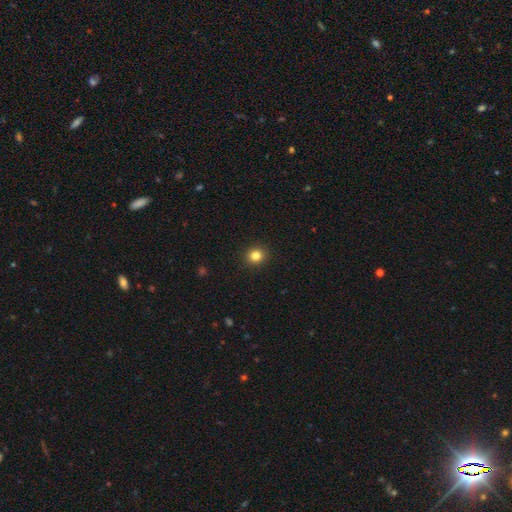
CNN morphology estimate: A smooth galaxy with no disk features (83%) that is round (86%).

Vote fractions:
- Smooth or featured? smooth: 83% / star or artifact: 12% / featured or disk: 5%
- How rounded? round: 86% / in between: 13% / cigar-shaped: 1%
- Merging? none: 92% / minor disturbance: 5% / major disturbance: 2% / merger: 1%